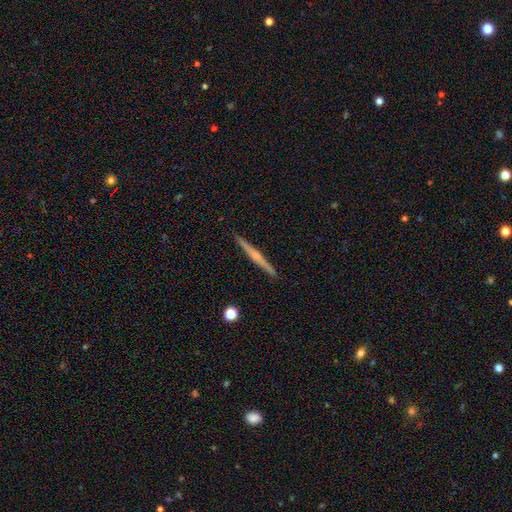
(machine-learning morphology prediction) A featured or disk galaxy (69%) viewed edge-on (98%) with a rounded central bulge (65%).

Vote fractions:
- Smooth or featured? featured or disk: 69% / smooth: 24% / star or artifact: 6%
- Edge-on disk? yes: 98% / no: 2%
- Edge-on bulge? rounded: 65% / none: 26% / boxy: 8%
- Merging? none: 92% / minor disturbance: 6% / major disturbance: 1% / merger: 1%